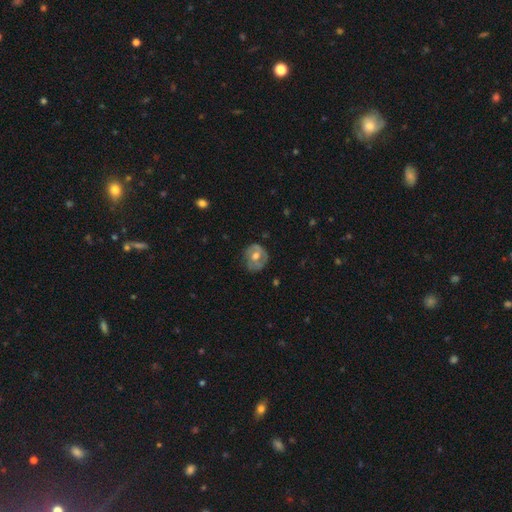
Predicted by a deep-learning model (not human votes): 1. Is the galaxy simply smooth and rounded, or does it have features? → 56% featured or disk, 37% smooth, 6% star or artifact.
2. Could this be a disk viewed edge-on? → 96% no, 4% yes.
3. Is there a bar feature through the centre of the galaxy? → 59% no, 32% weak, 9% strong.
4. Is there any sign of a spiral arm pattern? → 54% yes, 46% no.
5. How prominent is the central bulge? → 77% moderate, 11% small, 11% large, 1% none, 1% dominant.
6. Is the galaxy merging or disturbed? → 71% none, 21% minor disturbance, 7% major disturbance, 1% merger.